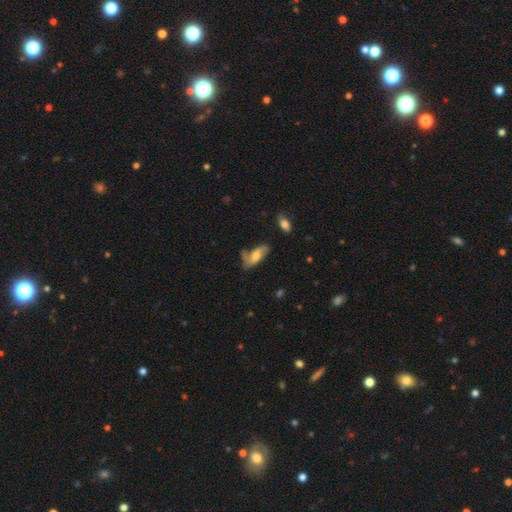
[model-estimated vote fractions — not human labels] Q: Smooth or featured?
A: smooth (54%); runner-up: featured or disk (39%)
Q: How rounded?
A: in between (77%); runner-up: cigar-shaped (20%)
Q: Merging?
A: none (50%); runner-up: minor disturbance (29%)